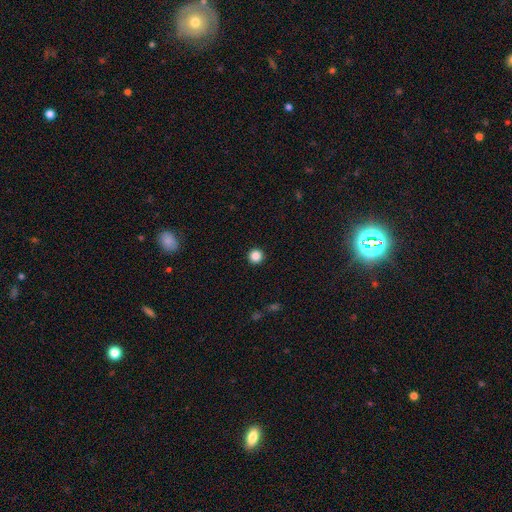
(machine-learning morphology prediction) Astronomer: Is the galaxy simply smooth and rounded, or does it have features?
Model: smooth — 86%.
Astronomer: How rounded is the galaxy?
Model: round — 96%.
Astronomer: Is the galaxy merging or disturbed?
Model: none — 93%.